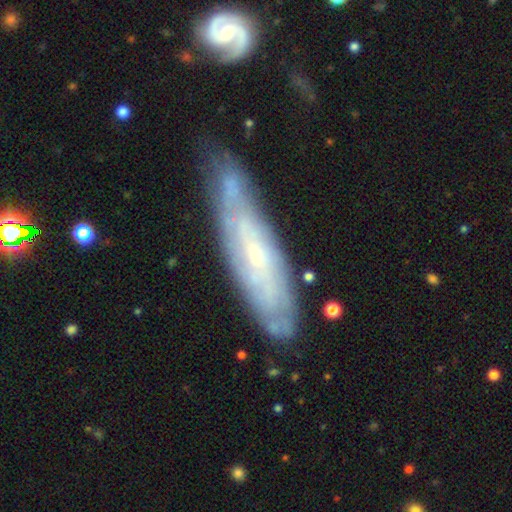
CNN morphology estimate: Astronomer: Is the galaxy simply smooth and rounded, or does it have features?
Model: featured or disk — 73%.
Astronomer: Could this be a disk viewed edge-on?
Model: no — 73%.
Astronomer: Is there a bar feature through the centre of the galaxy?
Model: no — 65%.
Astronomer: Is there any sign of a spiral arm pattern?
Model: yes — 87%.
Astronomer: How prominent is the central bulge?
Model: small — 71%.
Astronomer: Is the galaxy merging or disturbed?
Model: none — 65%.